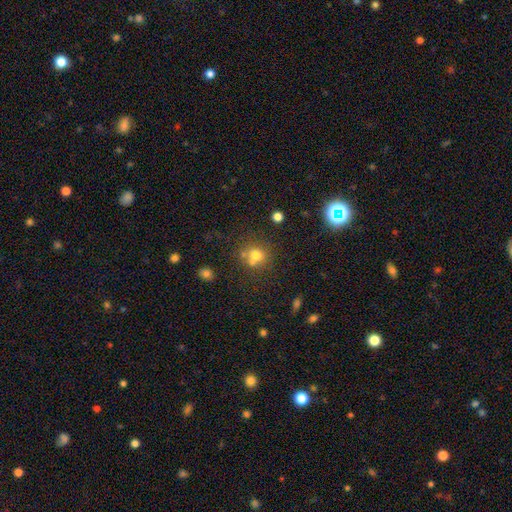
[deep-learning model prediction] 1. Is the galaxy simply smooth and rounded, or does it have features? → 71% smooth, 16% star or artifact, 13% featured or disk.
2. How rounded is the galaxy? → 84% round, 15% in between, 1% cigar-shaped.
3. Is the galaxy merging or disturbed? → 58% none, 28% merger, 10% minor disturbance, 4% major disturbance.